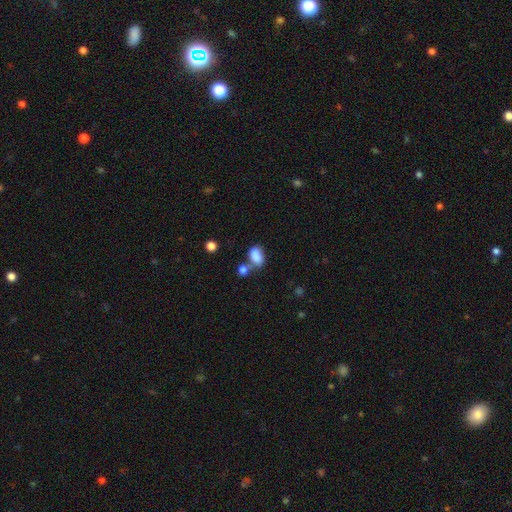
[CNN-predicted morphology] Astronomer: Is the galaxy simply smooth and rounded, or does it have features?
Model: smooth — 81%.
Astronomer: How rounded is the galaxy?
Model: in between — 85%.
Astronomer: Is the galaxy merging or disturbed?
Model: merger — 39% (runner-up: none, 35%).